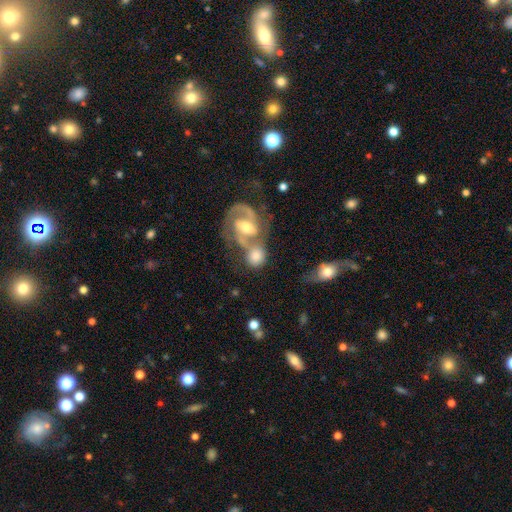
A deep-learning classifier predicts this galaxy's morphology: A featured or disk galaxy (48%). Merging: merger (54%).